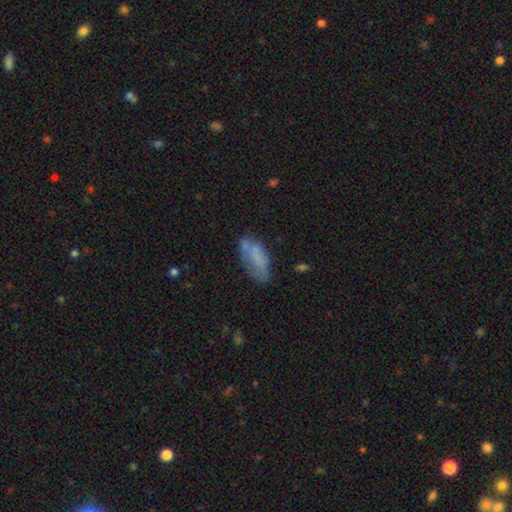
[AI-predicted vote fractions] Smooth or featured? Predicted: smooth (p=0.63). How rounded? Predicted: in between (p=0.81). Merging? Predicted: none (p=0.50).